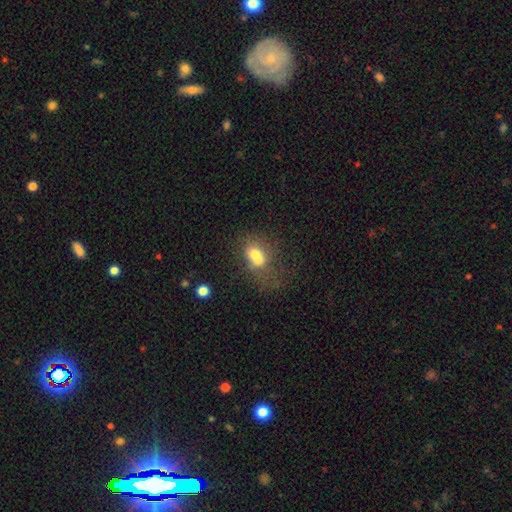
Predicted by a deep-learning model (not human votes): Overall: smooth (61%; featured or disk 26%). How rounded: in between (55%; round 44%). Merging: merger (58%; none 23%).